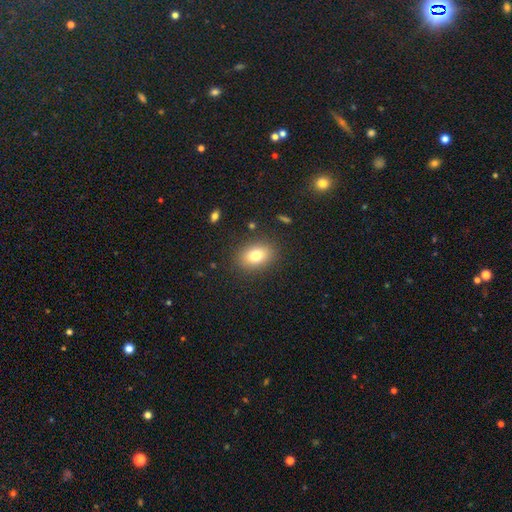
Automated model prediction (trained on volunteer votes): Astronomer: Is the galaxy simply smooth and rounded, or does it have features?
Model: smooth — 78%.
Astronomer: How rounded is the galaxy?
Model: in between — 76%.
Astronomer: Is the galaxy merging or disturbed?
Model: none — 86%.